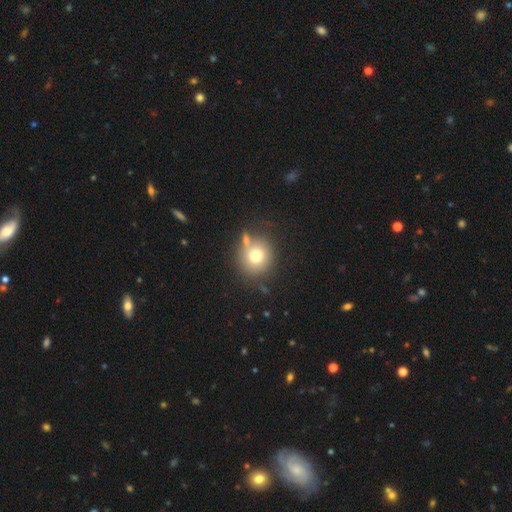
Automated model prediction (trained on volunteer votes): Smooth or featured?
  - smooth: 74% *
  - featured or disk: 15%
  - star or artifact: 11%
How rounded?
  - round: 87% *
  - in between: 12%
  - cigar-shaped: 1%
Merging?
  - none: 65% *
  - merger: 15%
  - minor disturbance: 15%
  - major disturbance: 6%